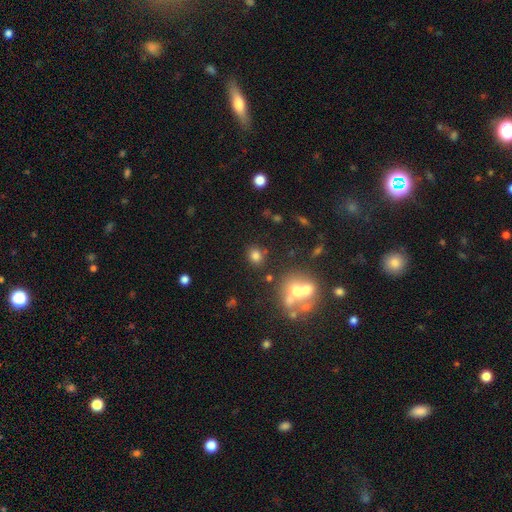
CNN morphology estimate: Smooth or featured: smooth — 76% (star or artifact — 15%)
How rounded: round — 71% (in between — 28%)
Merging: none — 75% (merger — 12%)